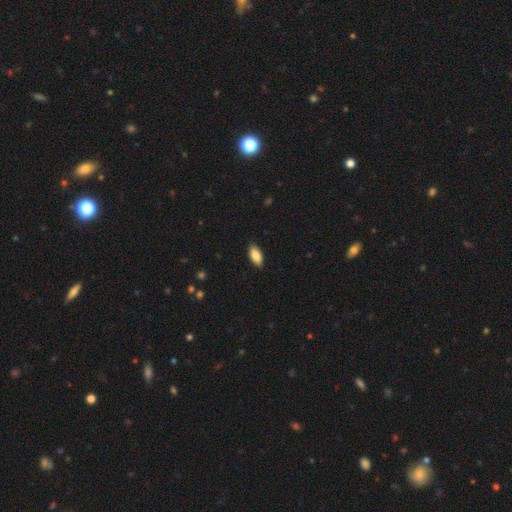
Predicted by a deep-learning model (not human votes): smooth-or-featured: smooth: 87% | star or artifact: 6% | featured or disk: 6%
  how-rounded: in between: 90% | cigar-shaped: 8% | round: 2%
  merging: none: 88% | minor disturbance: 10% | major disturbance: 2% | merger: 1%